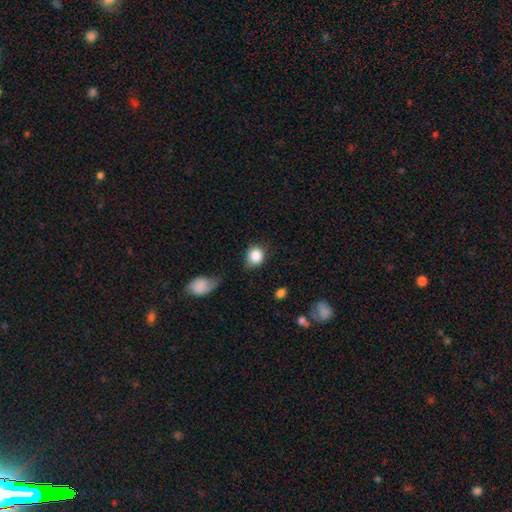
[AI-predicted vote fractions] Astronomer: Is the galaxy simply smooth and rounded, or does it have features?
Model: smooth — 87%.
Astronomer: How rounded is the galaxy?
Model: round — 79%.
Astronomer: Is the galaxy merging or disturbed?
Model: none — 71%.